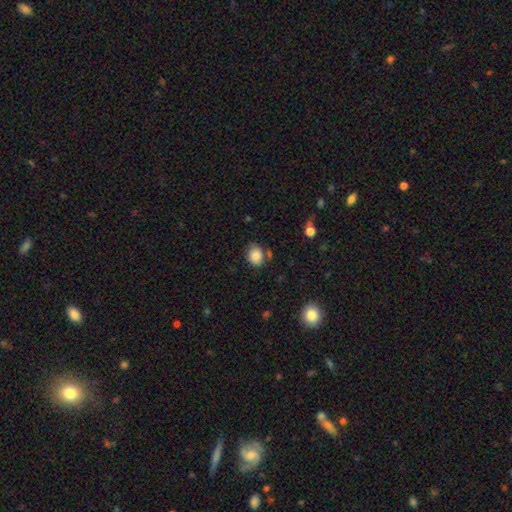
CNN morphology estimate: smooth 85%, star or artifact 9%, featured or disk 6%. Down the decision tree: how rounded — in between (55%); merging — none (72%).